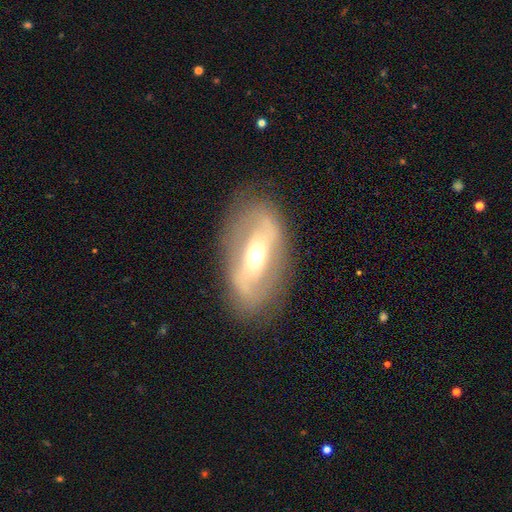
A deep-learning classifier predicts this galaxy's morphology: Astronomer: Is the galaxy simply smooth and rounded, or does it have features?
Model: featured or disk — 73%.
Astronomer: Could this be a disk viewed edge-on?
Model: no — 89%.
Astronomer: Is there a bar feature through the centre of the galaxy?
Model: strong — 48% (runner-up: weak, 32%).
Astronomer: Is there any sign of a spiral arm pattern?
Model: yes — 59% (runner-up: no, 41%).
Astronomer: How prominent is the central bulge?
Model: moderate — 67%.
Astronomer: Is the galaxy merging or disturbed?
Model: none — 79%.